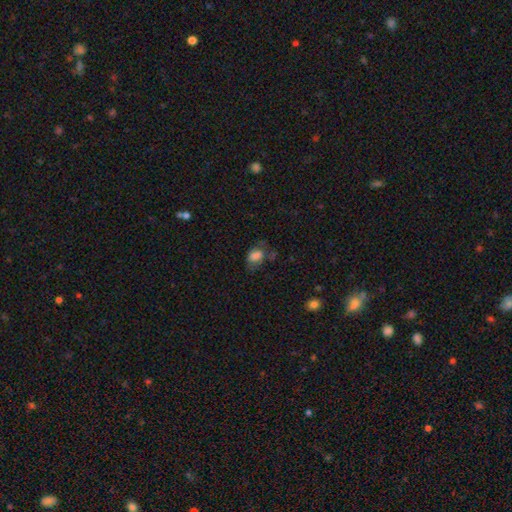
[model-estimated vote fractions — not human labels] Morphology: type=smooth (75%); roundness=in between (81%); merging=none (41%).